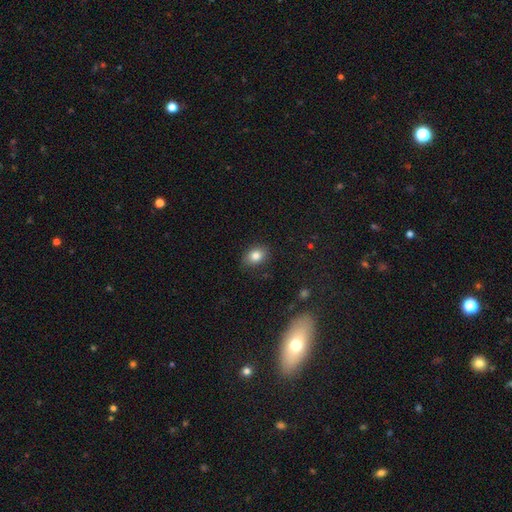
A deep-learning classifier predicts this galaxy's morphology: Q: Smooth or featured?
A: smooth (83%); runner-up: star or artifact (10%)
Q: How rounded?
A: in between (70%); runner-up: round (29%)
Q: Merging?
A: none (85%); runner-up: minor disturbance (11%)